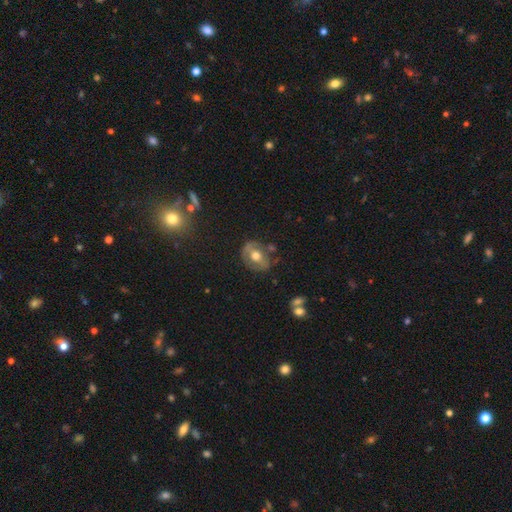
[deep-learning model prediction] Morphology: type=featured or disk (48%); merging=none (66%).